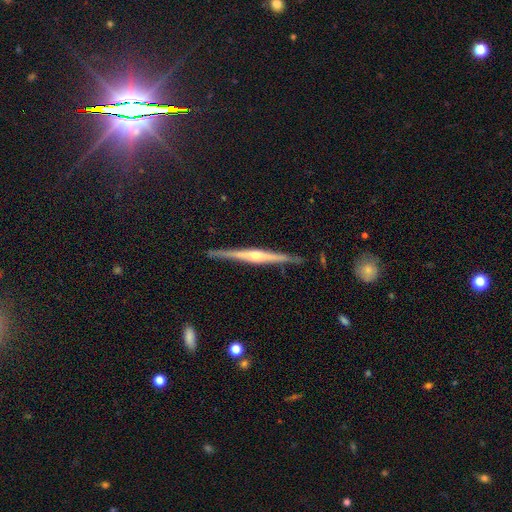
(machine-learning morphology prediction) This is clearly a featured or disk galaxy (84%). It is clearly viewed edge-on (98%). Edge-on bulge: clearly rounded (85%). Merging: clearly none (89%).